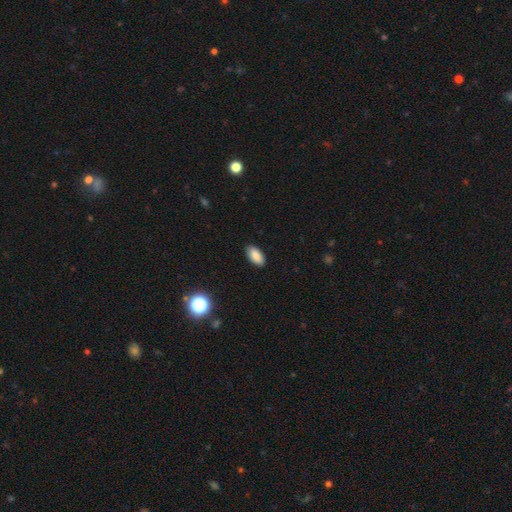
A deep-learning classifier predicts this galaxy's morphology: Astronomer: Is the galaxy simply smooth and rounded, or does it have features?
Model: smooth — 86%.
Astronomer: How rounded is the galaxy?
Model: in between — 92%.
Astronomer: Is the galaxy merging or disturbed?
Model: none — 89%.